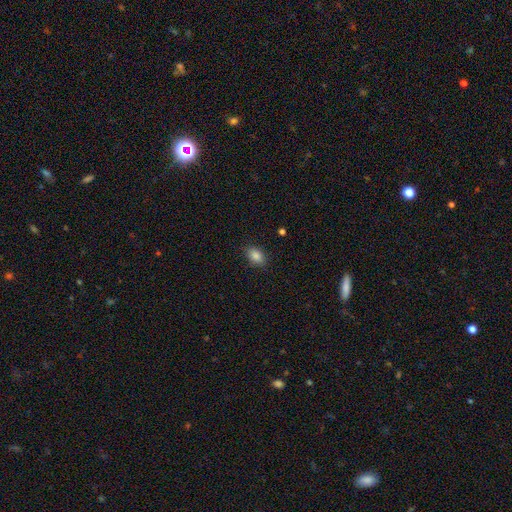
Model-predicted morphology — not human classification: This is clearly a smooth galaxy (87%). How rounded: clearly in between (83%). Merging: clearly none (86%).